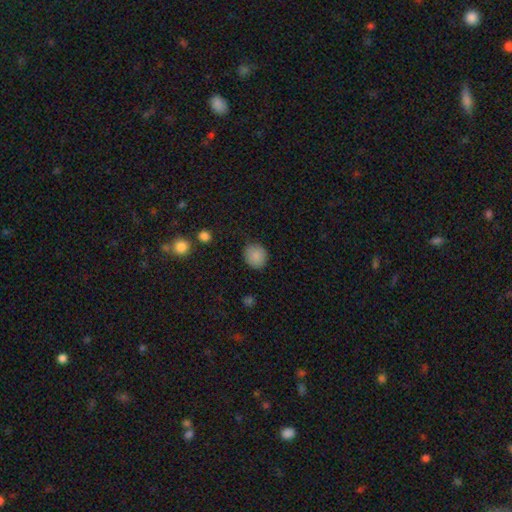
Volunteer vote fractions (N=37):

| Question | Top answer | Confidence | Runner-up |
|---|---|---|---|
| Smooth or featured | smooth | 95% | featured or disk (3%) |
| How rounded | round | 91% | in between (9%) |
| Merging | none | 92% | minor disturbance (6%) |